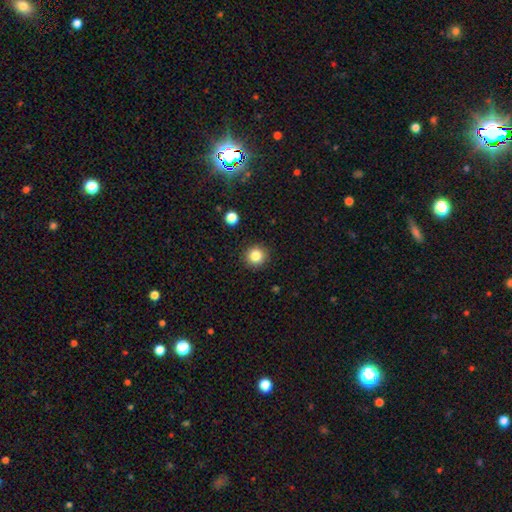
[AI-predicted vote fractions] Smooth or featured: smooth — 84% (star or artifact — 11%)
How rounded: round — 94% (in between — 5%)
Merging: none — 91% (minor disturbance — 6%)